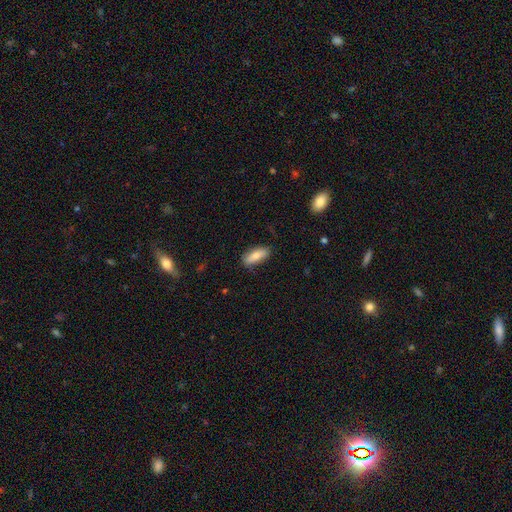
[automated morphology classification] type=smooth (77%); roundness=in between (72%); merging=none (79%).